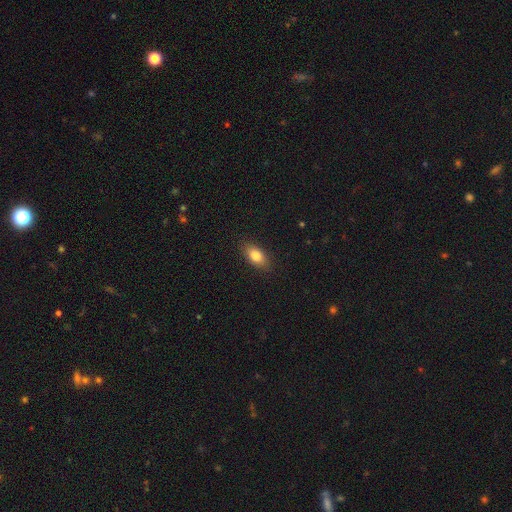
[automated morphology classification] Q: Smooth or featured?
A: smooth (81%); runner-up: featured or disk (11%)
Q: How rounded?
A: in between (87%); runner-up: round (7%)
Q: Merging?
A: none (87%); runner-up: minor disturbance (10%)